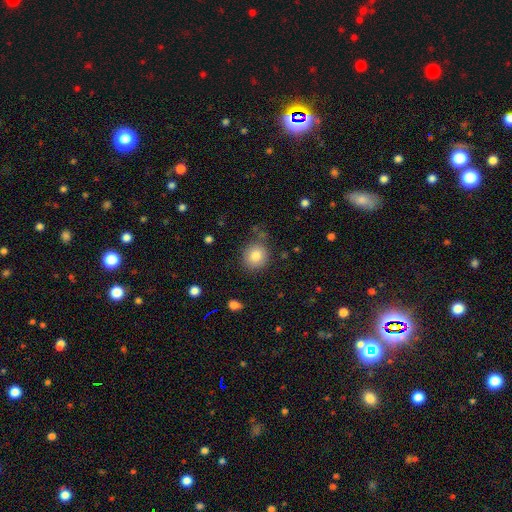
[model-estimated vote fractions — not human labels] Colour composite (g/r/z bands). It shows a smooth galaxy with no disk features (82%) that is round (88%). Merging: none (80%).